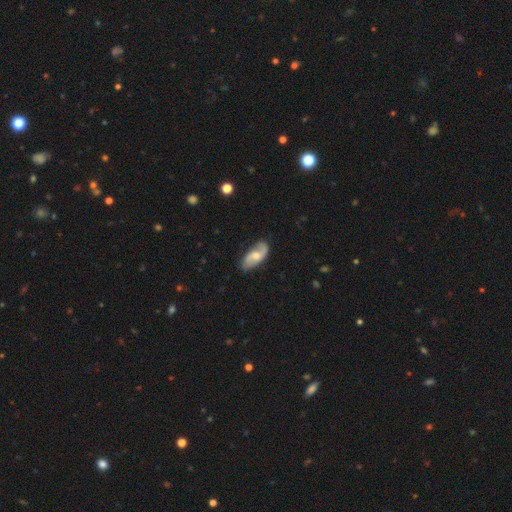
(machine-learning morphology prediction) Overall: featured or disk (67%). Edge-on disk: no (94%). Bar: no (54%; weak 39%). Spiral arms: yes (92%). Spiral arm count: 2 (85%). Spiral winding: loose (49%; medium 37%). Bulge size: moderate (56%; small 34%). Merging: none (75%).